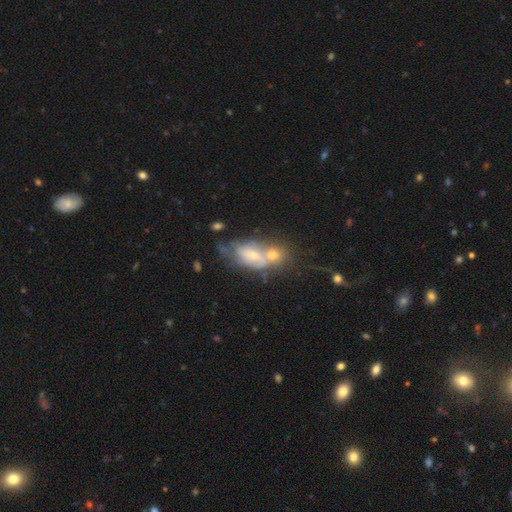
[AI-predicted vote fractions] The model was most divided on "smooth or featured": featured or disk: 51%, smooth: 36%, star or artifact: 13%. Remaining: edge-on disk — no (89%); merging — merger (47%).